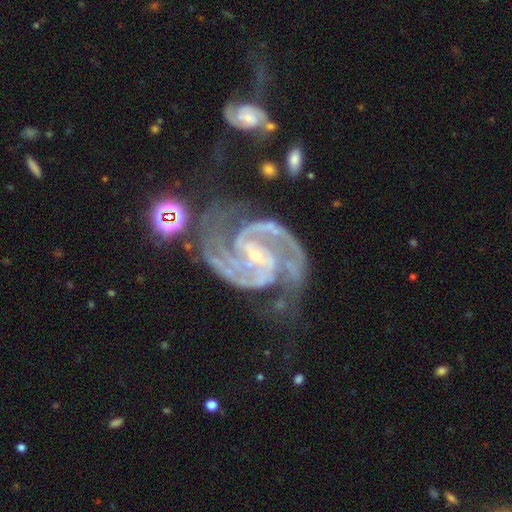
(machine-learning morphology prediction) Smooth or featured: featured or disk — 94% (star or artifact — 4%)
Edge-on disk: no — 98% (yes — 2%)
Bar: strong — 41% (weak — 37%)
Spiral arms: yes — 99% (no — 1%)
Spiral winding: medium — 52% (tight — 40%)
Spiral arm count: 2 — 73% (3 — 12%)
Bulge size: small — 78% (moderate — 19%)
Merging: none — 55% (minor disturbance — 23%)